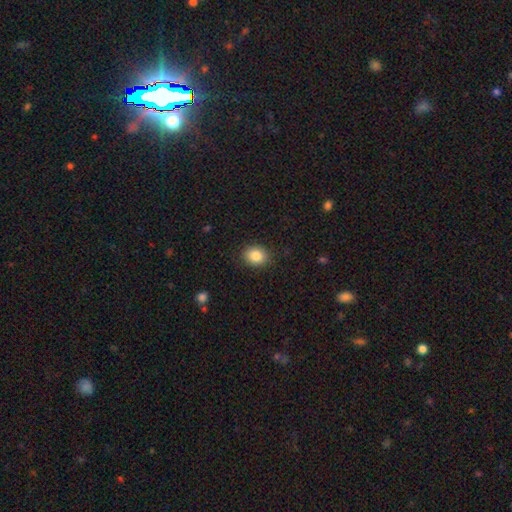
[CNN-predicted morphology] smooth_or_featured: smooth (p=0.85) [alt: star or artifact p=0.09]
how_rounded: round (p=0.59) [alt: in between p=0.40]
merging: none (p=0.88) [alt: minor disturbance p=0.09]